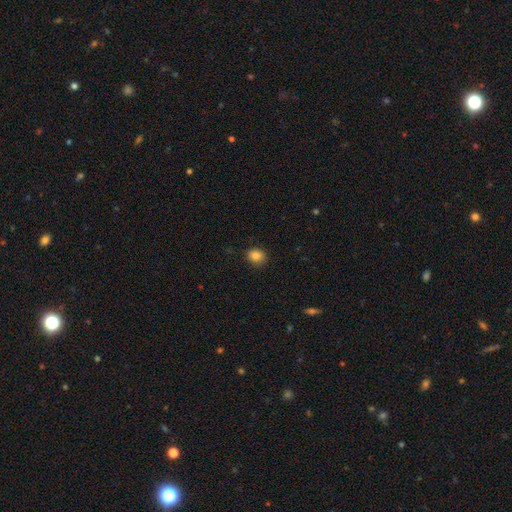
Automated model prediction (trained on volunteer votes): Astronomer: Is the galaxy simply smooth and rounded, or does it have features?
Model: smooth — 84%.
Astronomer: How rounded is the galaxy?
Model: round — 67%.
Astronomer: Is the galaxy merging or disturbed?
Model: none — 87%.